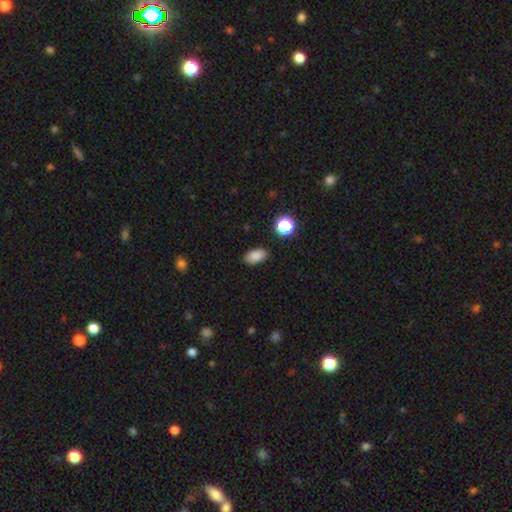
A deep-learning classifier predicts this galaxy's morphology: smooth-or-featured: smooth: 85% | star or artifact: 10% | featured or disk: 5%
  how-rounded: in between: 91% | round: 7% | cigar-shaped: 2%
  merging: none: 88% | minor disturbance: 8% | major disturbance: 2% | merger: 2%